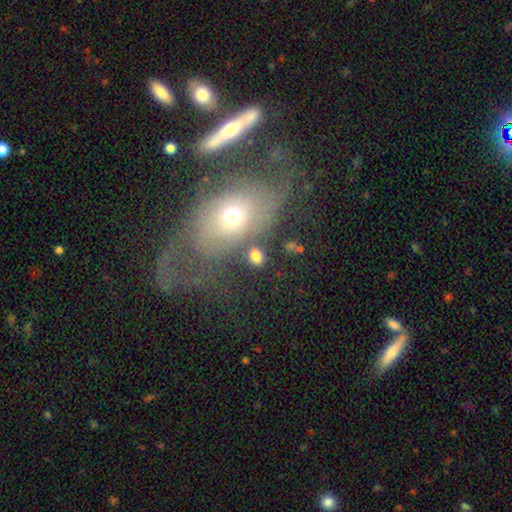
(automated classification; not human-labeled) Smooth or featured? Predicted: smooth (p=0.76). How rounded? Predicted: in between (p=0.59). Merging? Predicted: none (p=0.72).